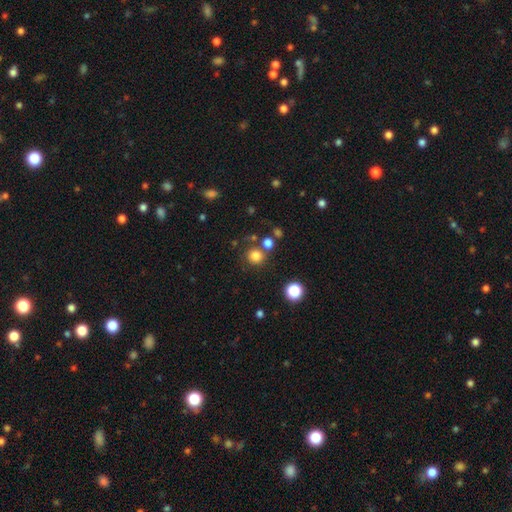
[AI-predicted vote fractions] Smooth or featured?
  - smooth: 79% *
  - star or artifact: 15%
  - featured or disk: 6%
How rounded?
  - round: 92% *
  - in between: 7%
  - cigar-shaped: 1%
Merging?
  - none: 77% *
  - merger: 11%
  - minor disturbance: 9%
  - major disturbance: 4%